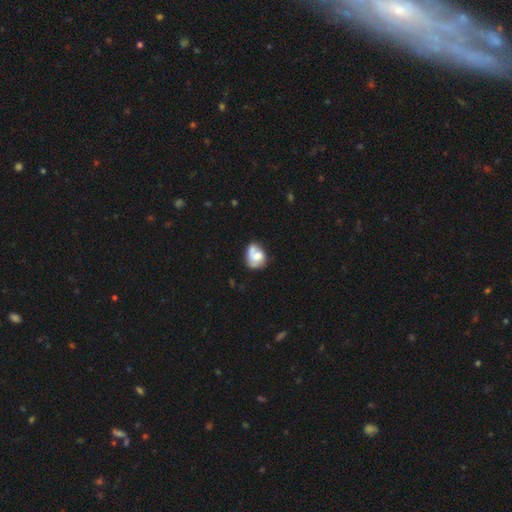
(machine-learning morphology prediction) The model was most divided on "merging": none: 33%, merger: 25%, minor disturbance: 25%, major disturbance: 17%. More confident: how rounded — in between (57%); smooth or featured — smooth (52%).